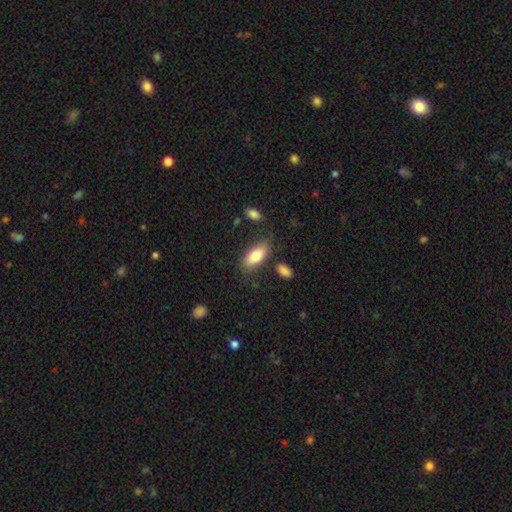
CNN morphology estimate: Smooth or featured: smooth — 80% (featured or disk — 14%)
How rounded: in between — 85% (cigar-shaped — 12%)
Merging: none — 75% (minor disturbance — 16%)